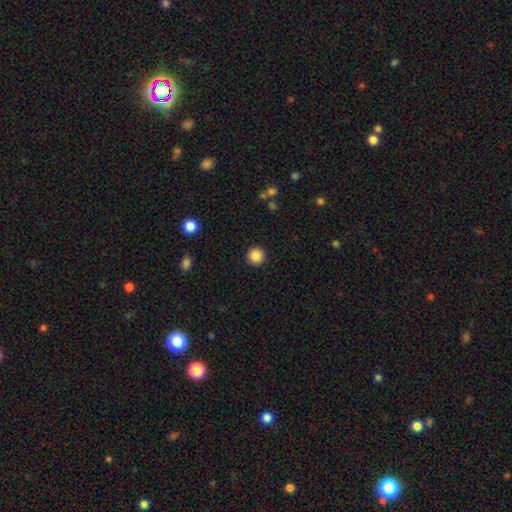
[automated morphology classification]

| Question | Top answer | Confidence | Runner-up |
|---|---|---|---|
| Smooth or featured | smooth | 87% | star or artifact (10%) |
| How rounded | round | 96% | in between (3%) |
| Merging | none | 92% | minor disturbance (5%) |